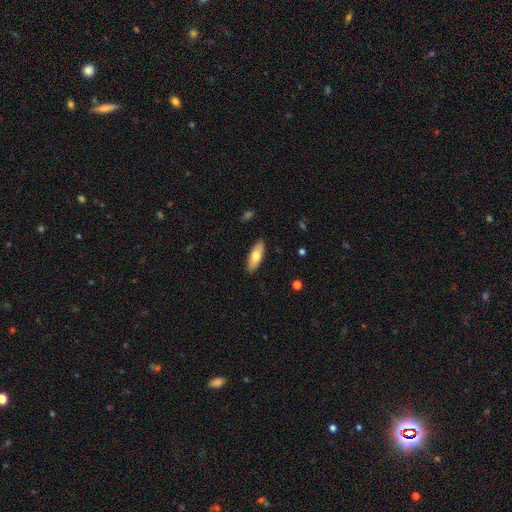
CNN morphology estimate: A smooth galaxy with no disk features (73%) that is in between round and cigar-shaped (70%).

Vote fractions:
- Smooth or featured? smooth: 73% / featured or disk: 21% / star or artifact: 6%
- How rounded? in between: 70% / cigar-shaped: 27% / round: 2%
- Merging? none: 89% / minor disturbance: 9% / major disturbance: 2% / merger: 1%